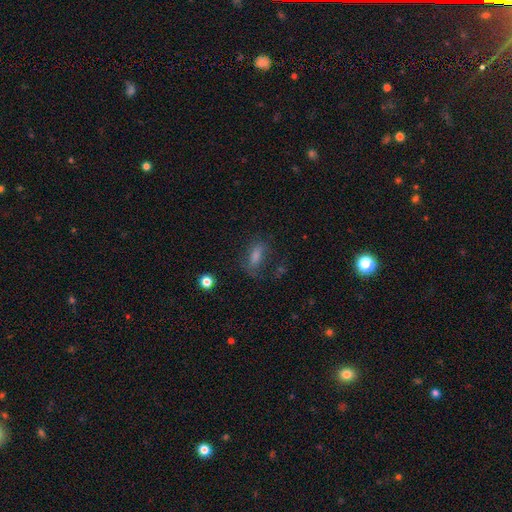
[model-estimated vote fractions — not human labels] Overall: smooth (55%; featured or disk 23%). How rounded: in between (66%). Merging: none (63%).